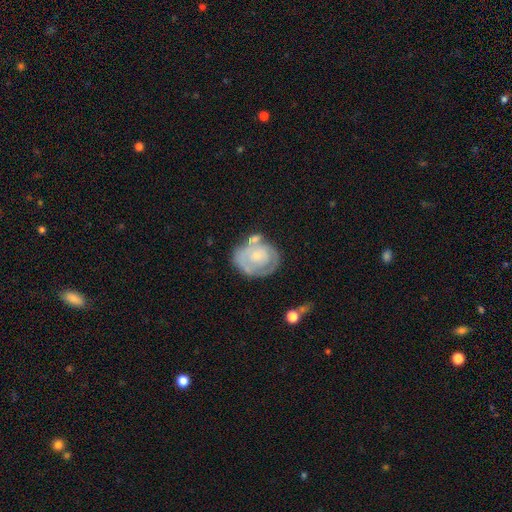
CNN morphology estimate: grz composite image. It shows a featured or disk galaxy (66%) with no bar (81%), spiral arms (67%) and a small central bulge (57%). Merging: none (48%).